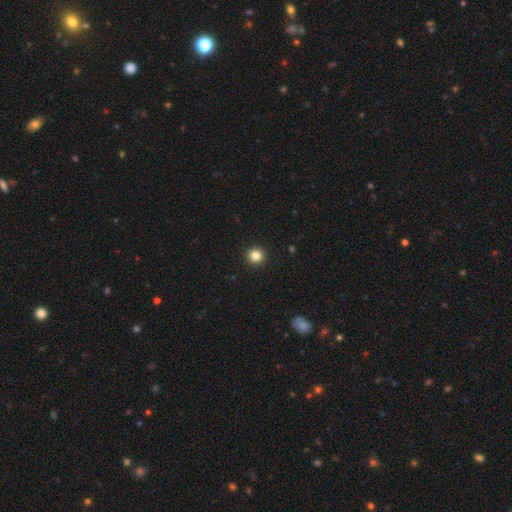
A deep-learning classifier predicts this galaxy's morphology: Smooth or featured? Predicted: smooth (p=0.84). How rounded? Predicted: round (p=0.94). Merging? Predicted: none (p=0.94).